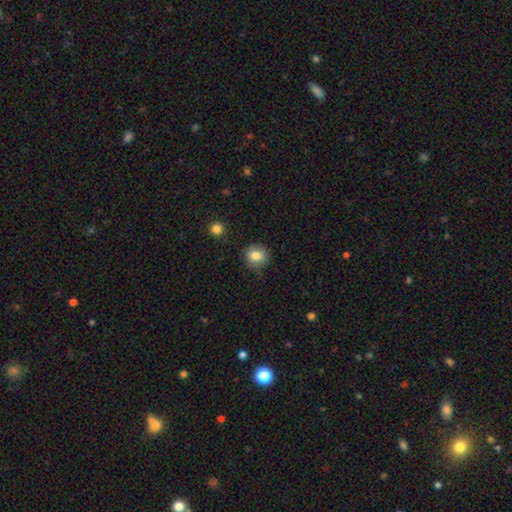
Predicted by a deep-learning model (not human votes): A smooth galaxy with no disk features (82%) that is round (80%).

Vote fractions:
- Smooth or featured? smooth: 82% / star or artifact: 9% / featured or disk: 8%
- How rounded? round: 80% / in between: 19% / cigar-shaped: 1%
- Merging? none: 80% / minor disturbance: 15% / major disturbance: 3% / merger: 2%